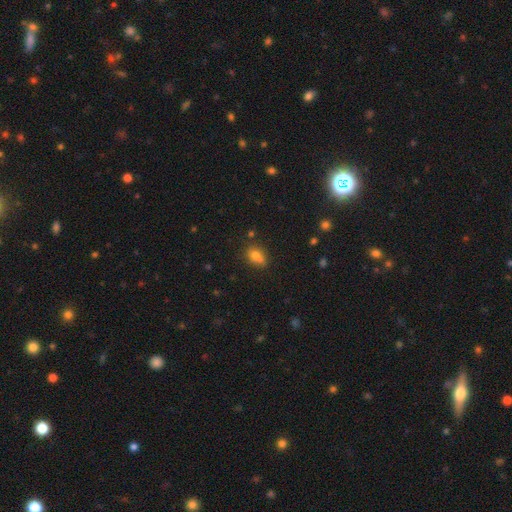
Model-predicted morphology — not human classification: Smooth or featured?
  - smooth: 76% *
  - star or artifact: 13%
  - featured or disk: 11%
How rounded?
  - in between: 62% *
  - round: 36%
  - cigar-shaped: 2%
Merging?
  - none: 56% *
  - minor disturbance: 23%
  - merger: 15%
  - major disturbance: 6%